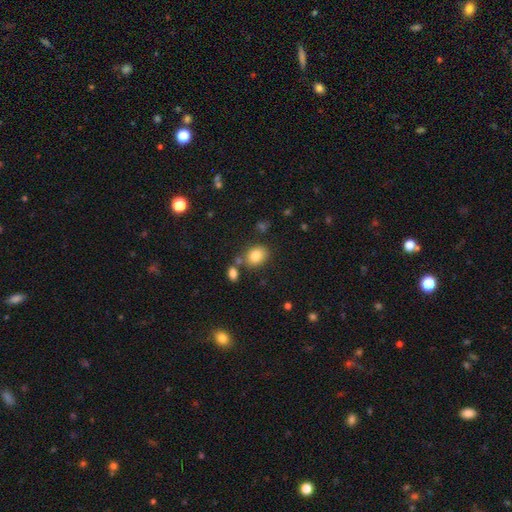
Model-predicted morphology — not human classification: smooth-or-featured: smooth: 83% | star or artifact: 10% | featured or disk: 8%
  how-rounded: in between: 53% | round: 46% | cigar-shaped: 1%
  merging: none: 71% | merger: 12% | minor disturbance: 12% | major disturbance: 4%